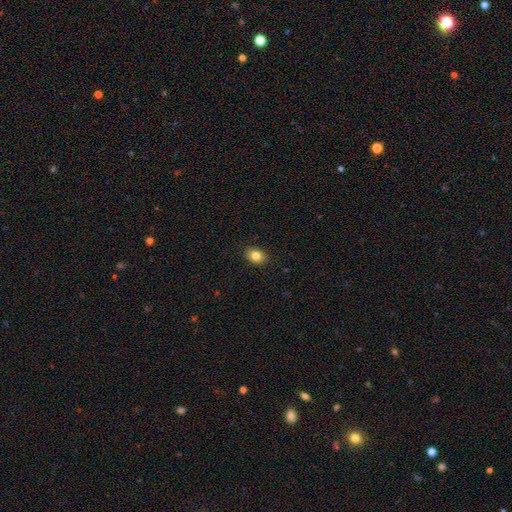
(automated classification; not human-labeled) smooth_or_featured: smooth (p=0.83) [alt: star or artifact p=0.09]
how_rounded: in between (p=0.69) [alt: round p=0.30]
merging: none (p=0.89) [alt: minor disturbance p=0.08]